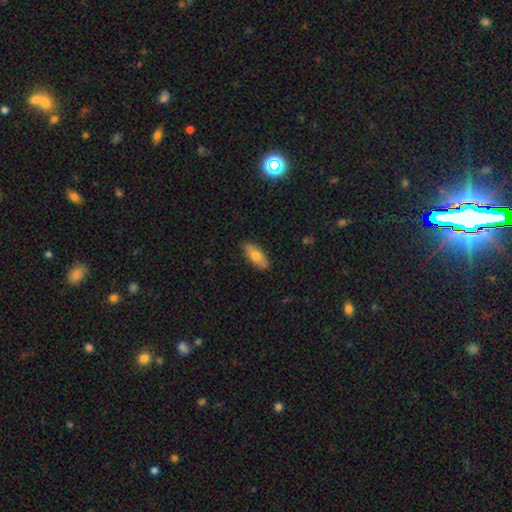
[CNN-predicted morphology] Smooth or featured? smooth (74%)
How rounded? in between (75%)
Merging? none (88%)